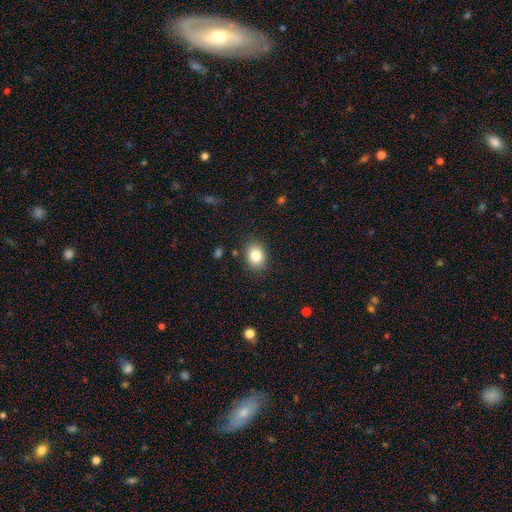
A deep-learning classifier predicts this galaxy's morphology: type=smooth (84%); roundness=in between (53%); merging=none (86%).